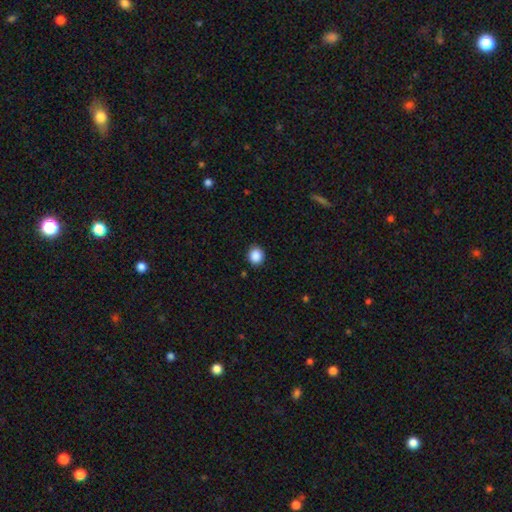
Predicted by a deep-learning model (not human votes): smooth_or_featured: smooth (p=0.88) [alt: star or artifact p=0.09]
how_rounded: round (p=0.78) [alt: in between p=0.21]
merging: none (p=0.90) [alt: minor disturbance p=0.07]